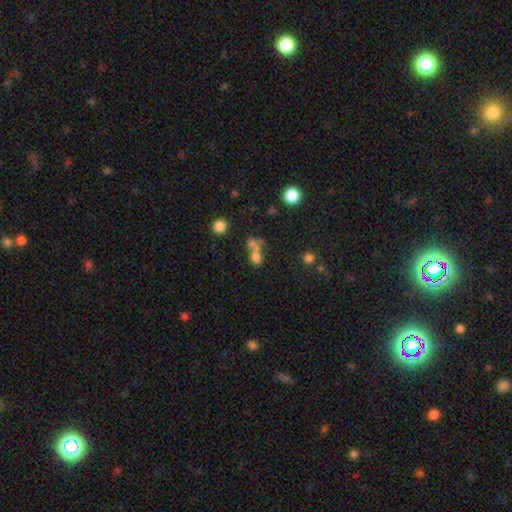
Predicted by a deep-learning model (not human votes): smooth-or-featured: smooth: 62% | star or artifact: 19% | featured or disk: 19%
  how-rounded: round: 49% | in between: 46% | cigar-shaped: 5%
  merging: merger: 57% | none: 27% | minor disturbance: 8% | major disturbance: 8%